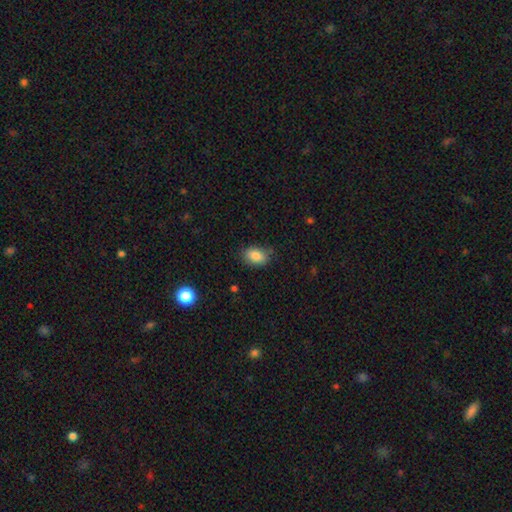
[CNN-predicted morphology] Overall: smooth (85%). How rounded: in between (86%). Merging: none (76%).